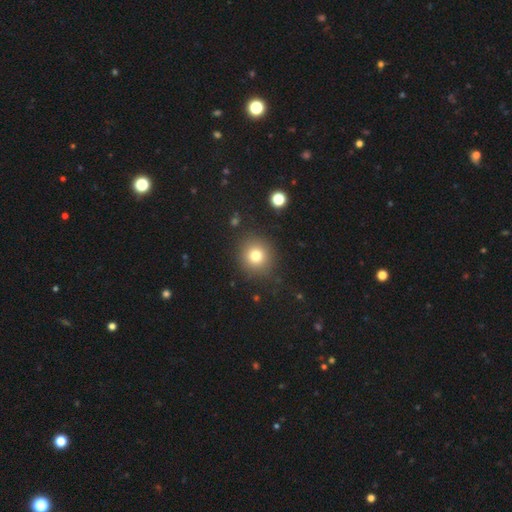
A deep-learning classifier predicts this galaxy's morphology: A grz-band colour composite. It shows a smooth galaxy with no disk features (77%) that is round (90%). Merging: none (87%).